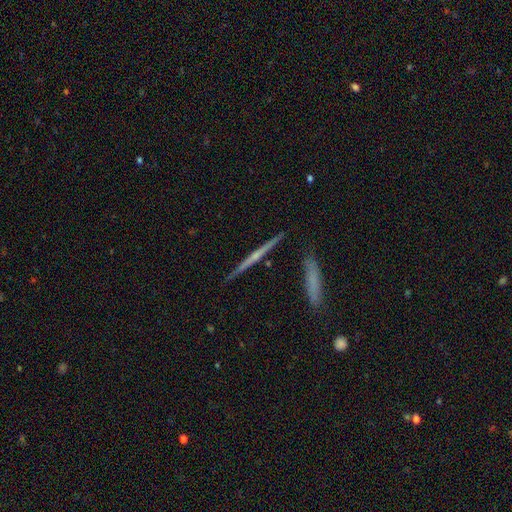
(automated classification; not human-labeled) A featured or disk galaxy (68%) viewed edge-on (98%) with no central bulge (54%). Merging: none (89%).